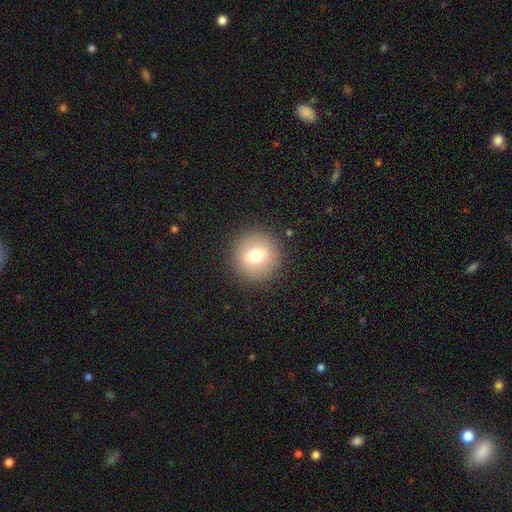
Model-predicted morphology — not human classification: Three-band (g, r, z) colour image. It shows a smooth galaxy with no disk features (69%) that is round (94%). Merging: none (90%).